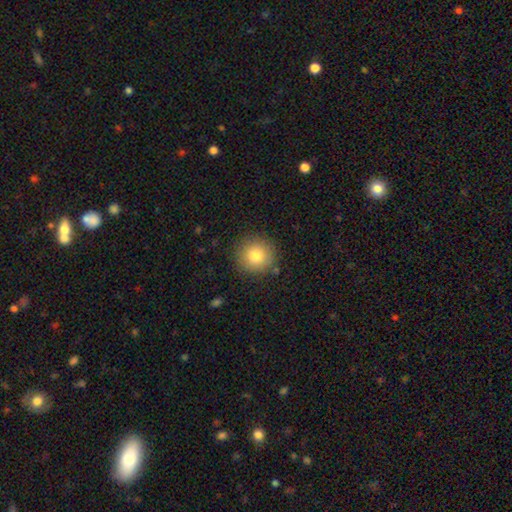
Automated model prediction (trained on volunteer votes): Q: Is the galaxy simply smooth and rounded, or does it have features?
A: smooth — 81%.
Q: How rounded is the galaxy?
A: round — 94%.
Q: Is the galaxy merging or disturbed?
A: none — 87%.